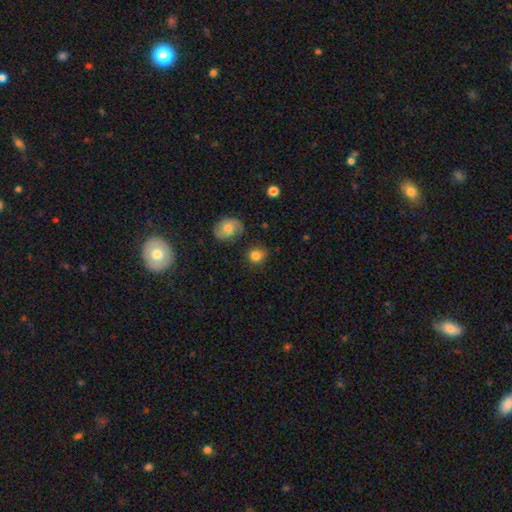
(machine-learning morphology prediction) The model was most divided on "how rounded": round: 83%, in between: 16%, cigar-shaped: 1%. More confident: smooth or featured — smooth (82%); merging — none (81%).